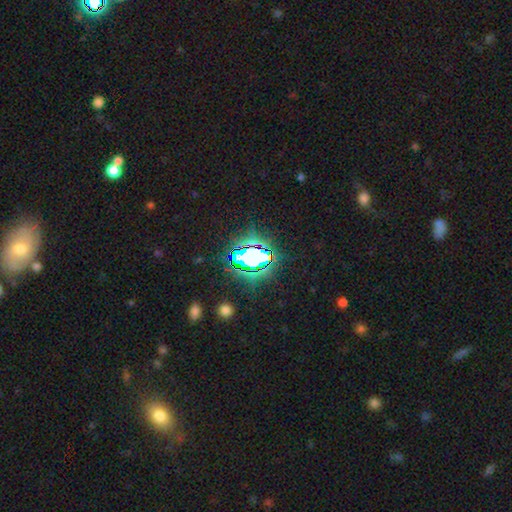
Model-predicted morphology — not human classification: The model was most divided on "smooth or featured": star or artifact: 79%, smooth: 13%, featured or disk: 8%.